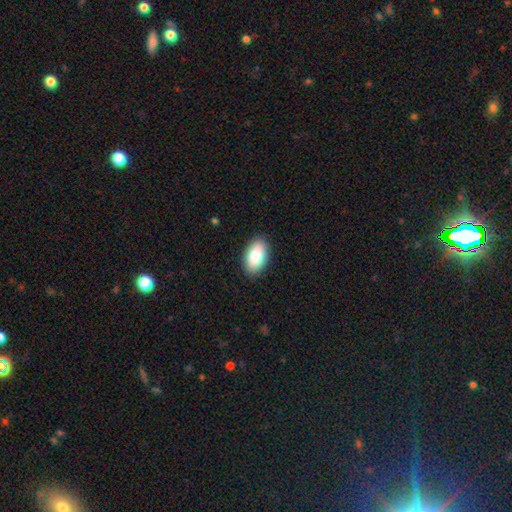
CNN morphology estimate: Smooth or featured: smooth — 83% (featured or disk — 11%)
How rounded: in between — 94% (round — 5%)
Merging: none — 88% (minor disturbance — 9%)